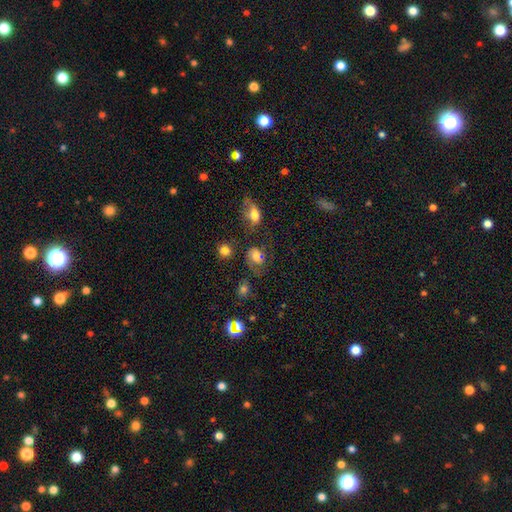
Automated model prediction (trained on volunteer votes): Smooth or featured: smooth — 47% (featured or disk — 36%)
Merging: none — 38% (major disturbance — 23%)